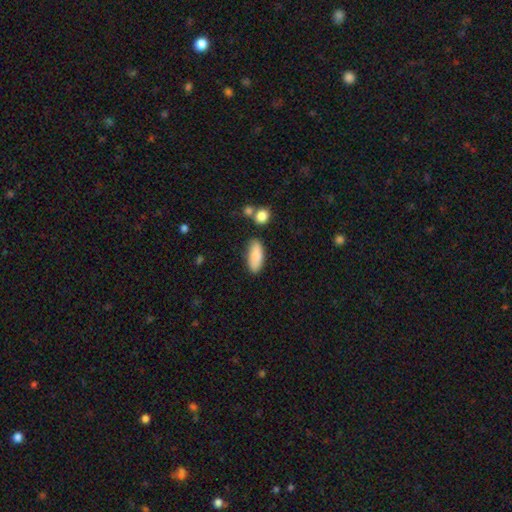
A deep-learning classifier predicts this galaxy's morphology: A smooth galaxy with no disk features (84%) that is in between round and cigar-shaped (81%).

Vote fractions:
- Smooth or featured? smooth: 84% / featured or disk: 9% / star or artifact: 6%
- How rounded? in between: 81% / cigar-shaped: 17% / round: 2%
- Merging? none: 79% / minor disturbance: 14% / merger: 5% / major disturbance: 3%